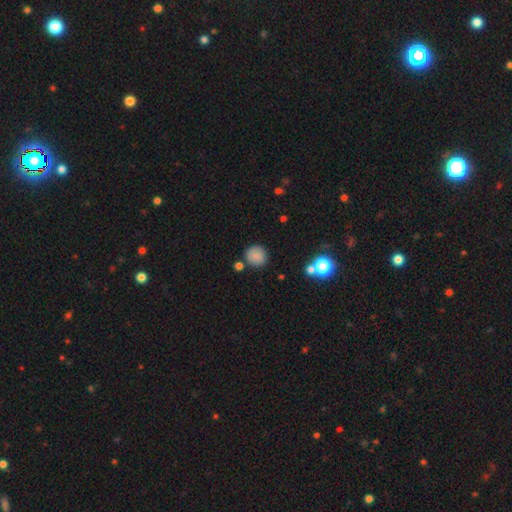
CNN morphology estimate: The model was most divided on "merging": none: 79%, minor disturbance: 11%, merger: 7%, major disturbance: 3%. More confident: how rounded — round (90%); smooth or featured — smooth (82%).